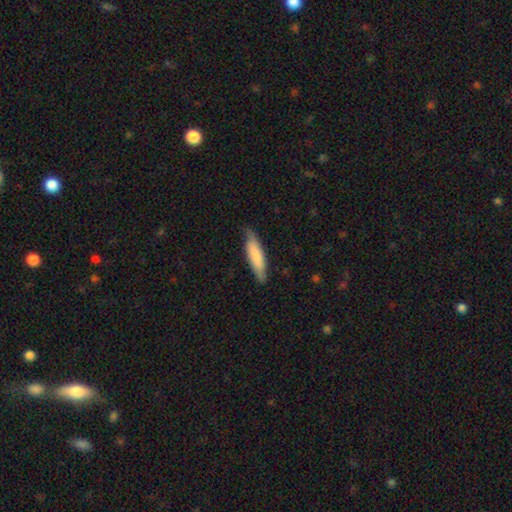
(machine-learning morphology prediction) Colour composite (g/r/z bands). It shows a smooth galaxy with no disk features (73%) that is cigar-shaped (72%). Merging: none (74%).